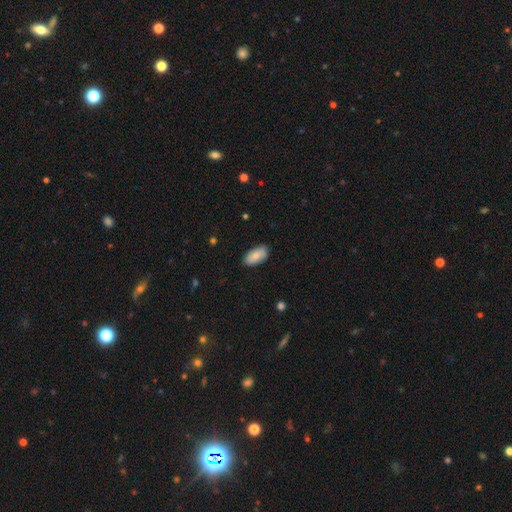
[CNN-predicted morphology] Smooth or featured? Predicted: smooth (p=0.82). How rounded? Predicted: in between (p=0.94). Merging? Predicted: none (p=0.86).